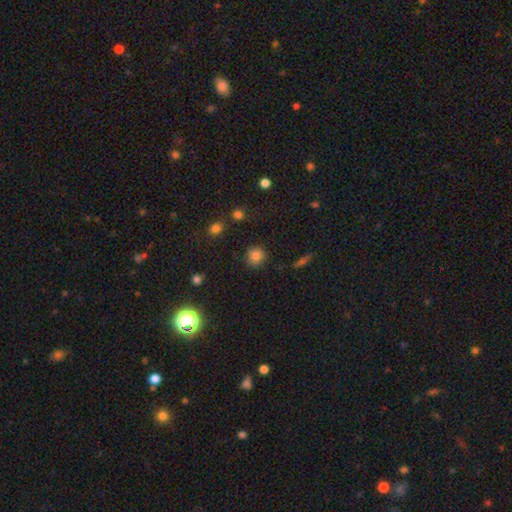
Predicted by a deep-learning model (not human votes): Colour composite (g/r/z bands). It shows a smooth galaxy with no disk features (82%) that is round (89%). Merging: none (86%).